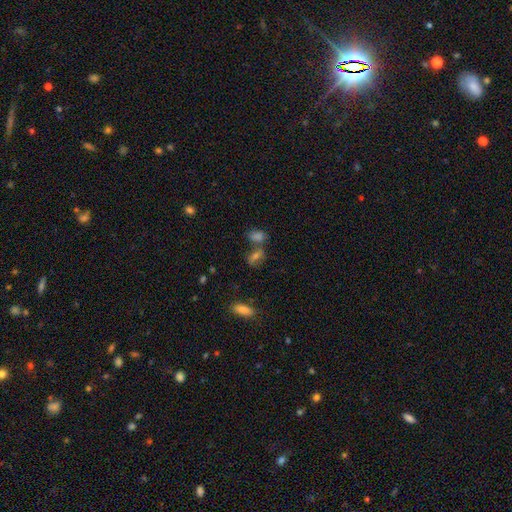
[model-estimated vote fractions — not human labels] This appears to be a smooth galaxy with no disk features (59%) that is in between round and cigar-shaped (70%). Merging: none (47%).